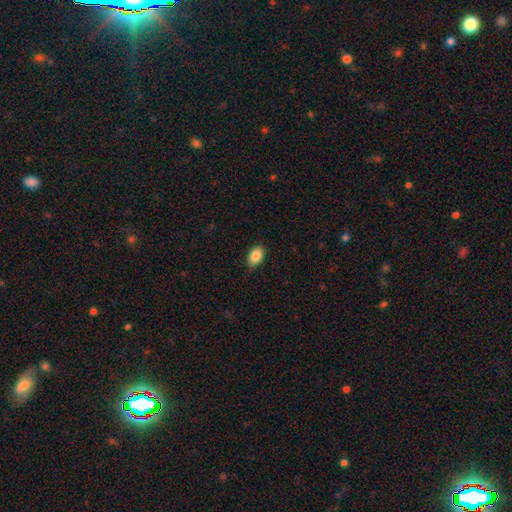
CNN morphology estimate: A smooth galaxy with no disk features (87%) that is in between round and cigar-shaped (89%).

Vote fractions:
- Smooth or featured? smooth: 87% / star or artifact: 8% / featured or disk: 5%
- How rounded? in between: 89% / round: 9% / cigar-shaped: 1%
- Merging? none: 83% / minor disturbance: 13% / major disturbance: 2% / merger: 1%